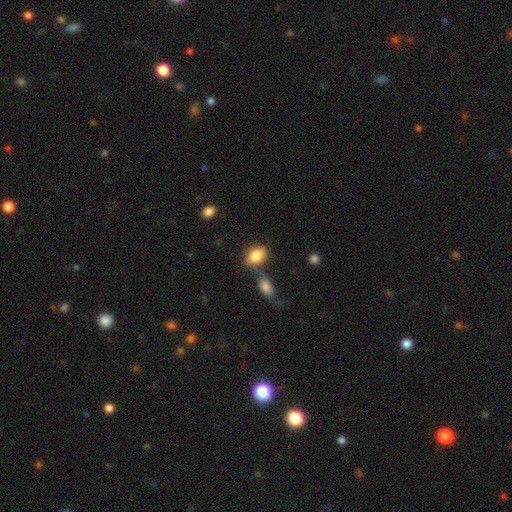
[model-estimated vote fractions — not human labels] A smooth galaxy with no disk features (84%) that is in between round and cigar-shaped (83%).

Vote fractions:
- Smooth or featured? smooth: 84% / featured or disk: 9% / star or artifact: 7%
- How rounded? in between: 83% / round: 15% / cigar-shaped: 2%
- Merging? none: 51% / merger: 25% / minor disturbance: 17% / major disturbance: 7%